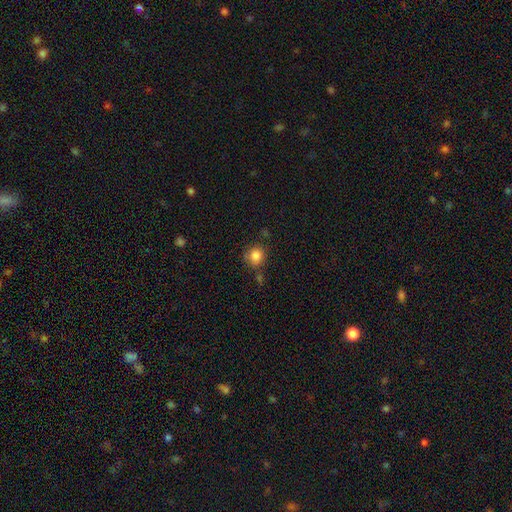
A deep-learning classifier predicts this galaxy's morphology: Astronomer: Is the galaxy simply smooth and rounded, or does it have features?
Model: smooth — 84%.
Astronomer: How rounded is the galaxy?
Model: round — 84%.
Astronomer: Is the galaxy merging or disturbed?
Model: none — 74%.